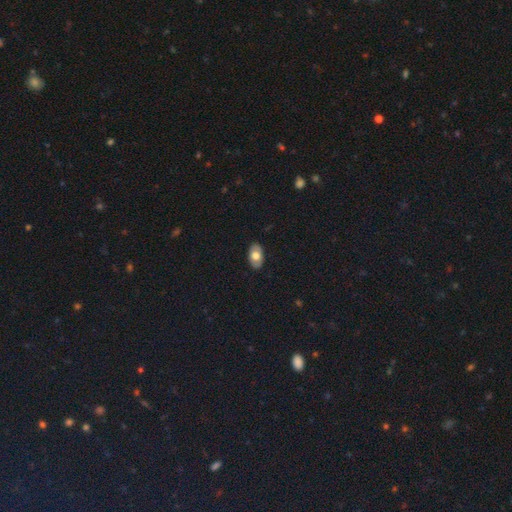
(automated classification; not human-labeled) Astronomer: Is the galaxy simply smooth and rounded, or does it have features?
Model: smooth — 66%.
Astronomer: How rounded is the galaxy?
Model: in between — 92%.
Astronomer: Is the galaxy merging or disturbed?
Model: none — 87%.